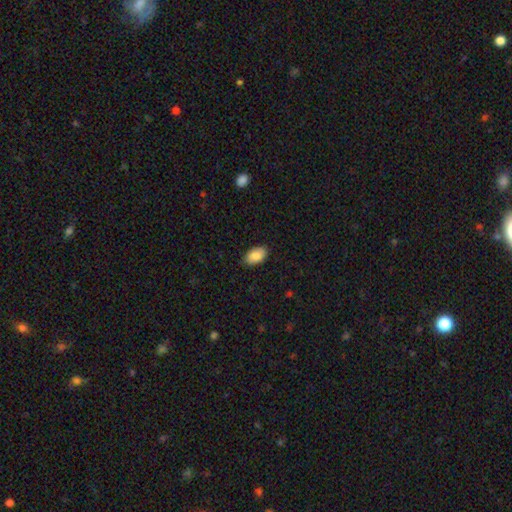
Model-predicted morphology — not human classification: Overall: smooth (86%). How rounded: in between (94%). Merging: none (87%).